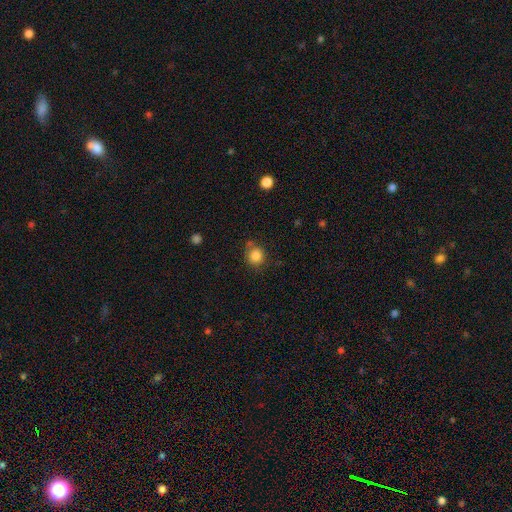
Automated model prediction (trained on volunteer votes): Overall: smooth (85%). How rounded: round (86%). Merging: none (72%).